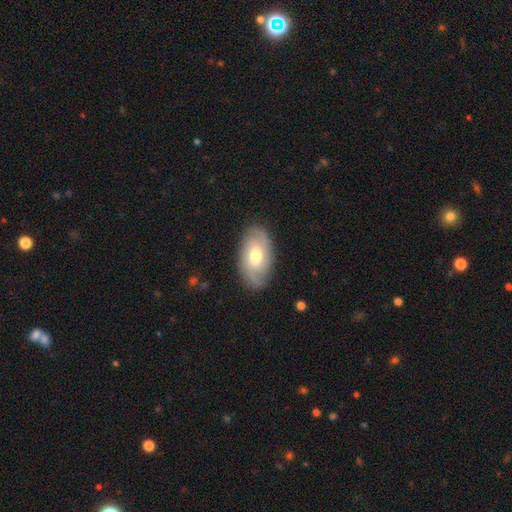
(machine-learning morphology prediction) Smooth or featured? Predicted: featured or disk (p=0.57). Edge-on disk? Predicted: no (p=0.92). Bar? Predicted: no (p=0.61). Spiral arms? Predicted: yes (p=0.81). Bulge size? Predicted: moderate (p=0.72). Merging? Predicted: none (p=0.81).